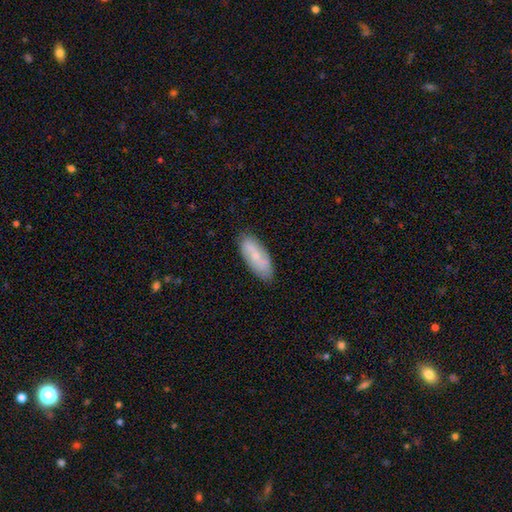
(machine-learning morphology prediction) A smooth galaxy with no disk features (48%). Merging: none (83%).